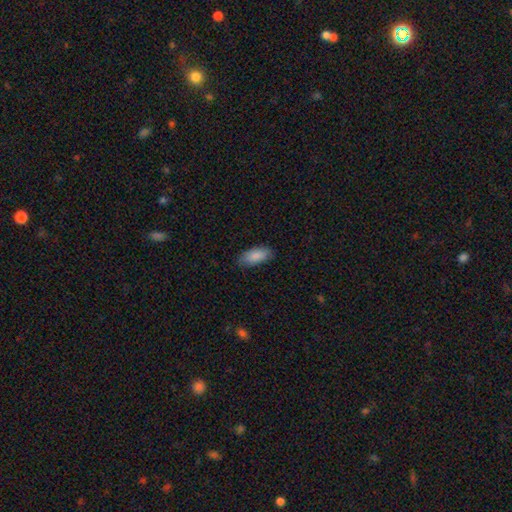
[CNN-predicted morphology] smooth 89%, star or artifact 6%, featured or disk 5%. Down the decision tree: how rounded — in between (87%); merging — none (83%).